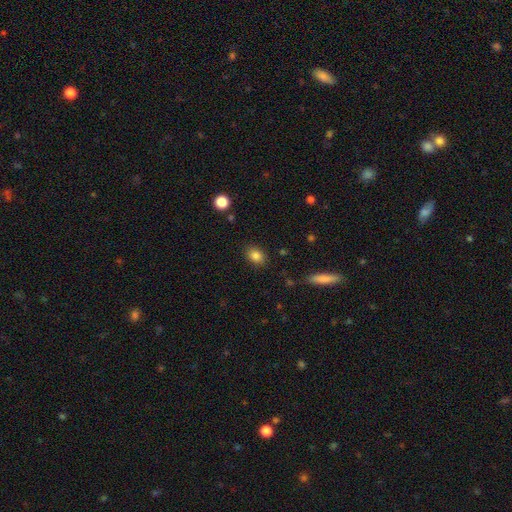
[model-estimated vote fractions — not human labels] Smooth or featured: smooth — 84% (star or artifact — 10%)
How rounded: in between — 63% (round — 36%)
Merging: none — 85% (minor disturbance — 10%)